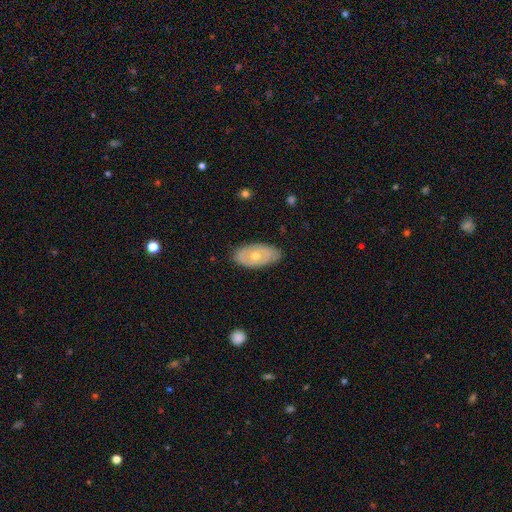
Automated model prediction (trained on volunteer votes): The model was most divided on "smooth or featured": featured or disk: 51%, smooth: 43%, star or artifact: 6%. More confident: edge-on disk — no (86%); merging — none (81%).